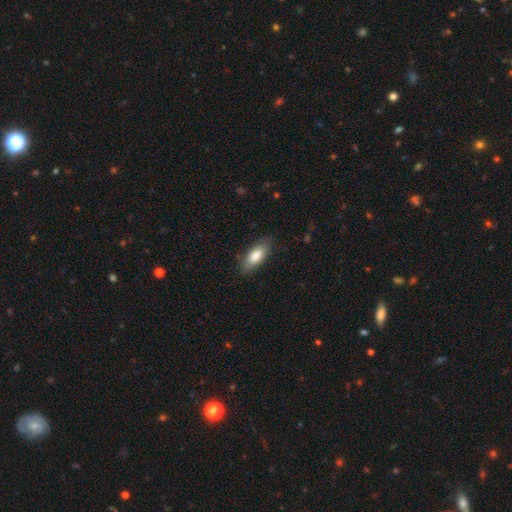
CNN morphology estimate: A smooth galaxy with no disk features (82%) that is in between round and cigar-shaped (81%).

Vote fractions:
- Smooth or featured? smooth: 82% / featured or disk: 12% / star or artifact: 6%
- How rounded? in between: 81% / cigar-shaped: 17% / round: 2%
- Merging? none: 83% / minor disturbance: 13% / major disturbance: 3% / merger: 1%